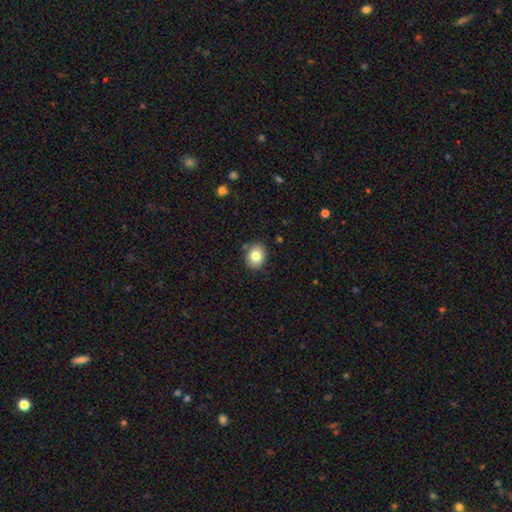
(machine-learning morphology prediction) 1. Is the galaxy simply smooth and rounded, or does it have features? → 81% smooth, 10% featured or disk, 10% star or artifact.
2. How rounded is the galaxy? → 59% round, 40% in between, 1% cigar-shaped.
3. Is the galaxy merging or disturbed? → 86% none, 10% minor disturbance, 2% merger, 2% major disturbance.